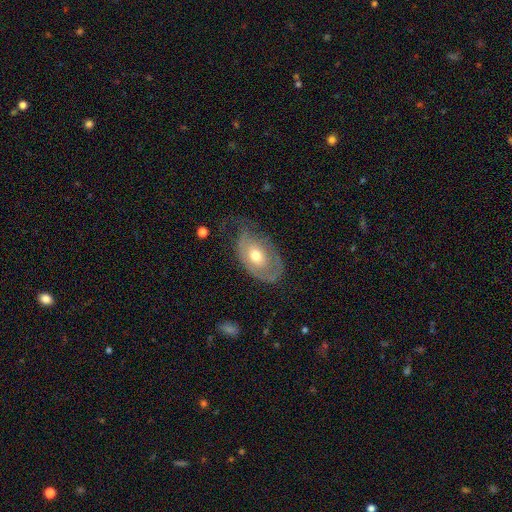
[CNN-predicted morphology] featured or disk 55%, smooth 39%, star or artifact 6%. Down the decision tree: edge-on disk — no (92%); bar — no (83%); spiral arms — yes (53%); bulge size — moderate (72%); merging — none (43%).